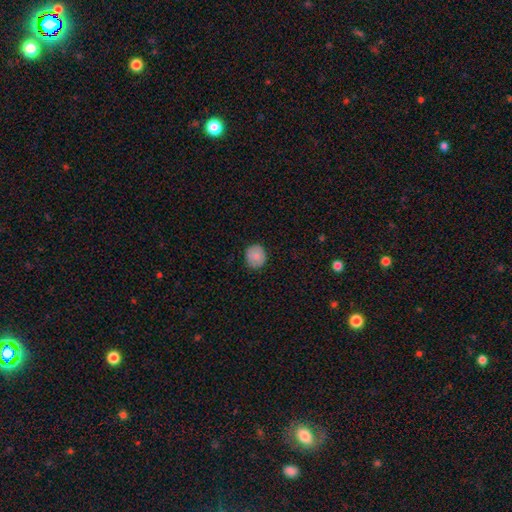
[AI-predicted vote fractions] A smooth galaxy with no disk features (81%) that is round (83%). Merging: none (82%).